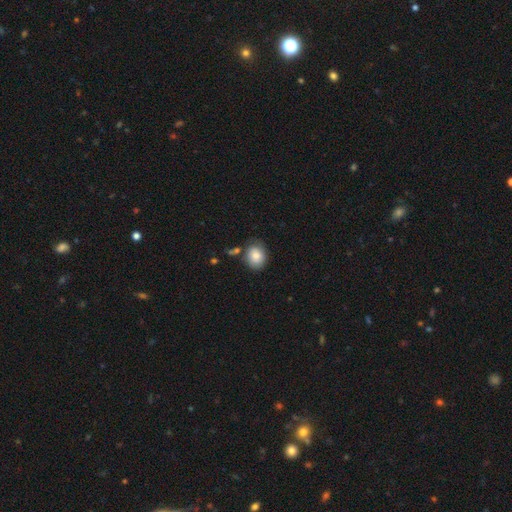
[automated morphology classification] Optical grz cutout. It shows a smooth galaxy with no disk features (80%) that is in between round and cigar-shaped (51%). Merging: none (67%).